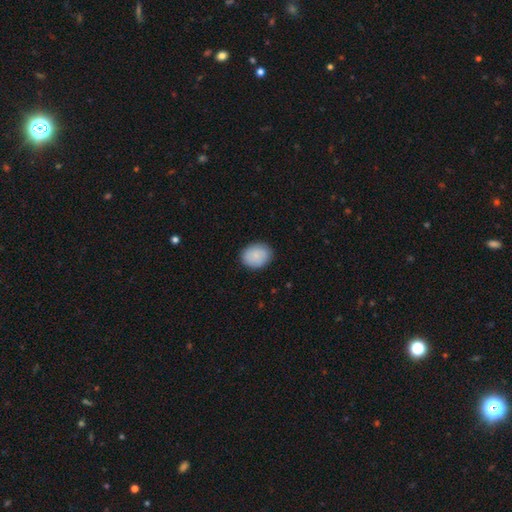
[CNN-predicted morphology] This is clearly a smooth galaxy (85%). How rounded: possibly in between (52%). Merging: clearly none (87%).